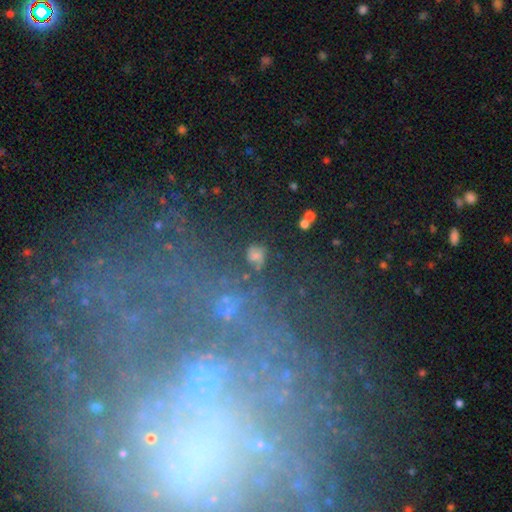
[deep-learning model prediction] smooth_or_featured: smooth (p=0.43) [alt: star or artifact p=0.30]
merging: none (p=0.57) [alt: minor disturbance p=0.19]